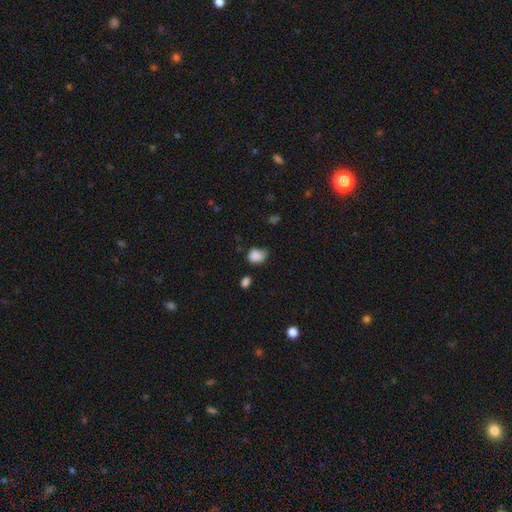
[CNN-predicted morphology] The model was most divided on "merging": none: 44%, minor disturbance: 39%, major disturbance: 12%, merger: 6%. More confident: smooth or featured — smooth (84%); how rounded — in between (63%).